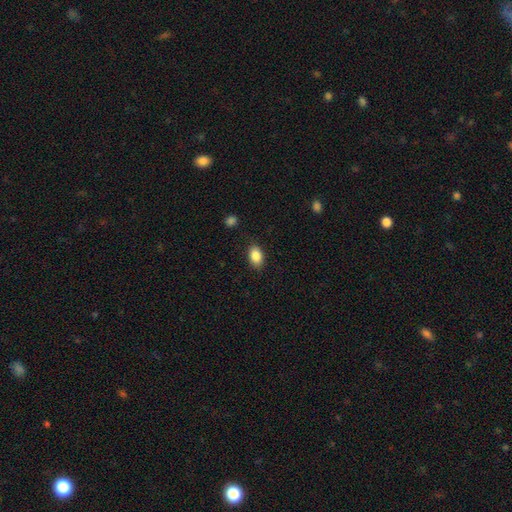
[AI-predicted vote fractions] Q: Smooth or featured?
A: smooth (86%); runner-up: star or artifact (8%)
Q: How rounded?
A: in between (87%); runner-up: round (12%)
Q: Merging?
A: none (85%); runner-up: minor disturbance (11%)